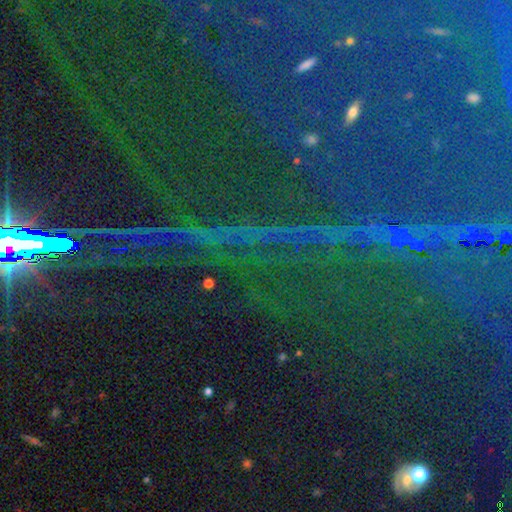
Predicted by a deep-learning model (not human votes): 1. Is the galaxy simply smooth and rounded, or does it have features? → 88% star or artifact, 7% featured or disk, 6% smooth.